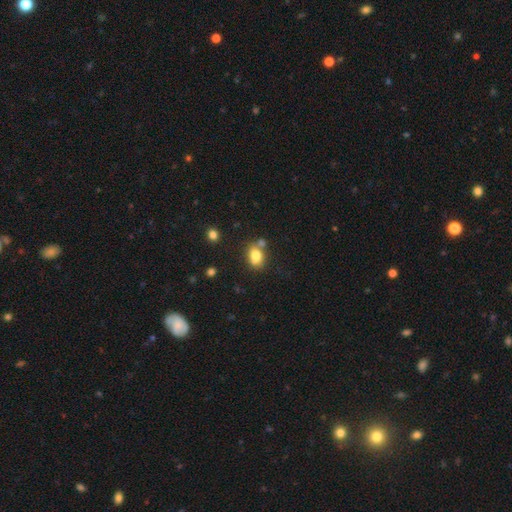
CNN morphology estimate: A smooth galaxy with no disk features (78%) that is in between round and cigar-shaped (70%).

Vote fractions:
- Smooth or featured? smooth: 78% / featured or disk: 12% / star or artifact: 10%
- How rounded? in between: 70% / round: 28% / cigar-shaped: 2%
- Merging? none: 60% / merger: 21% / minor disturbance: 15% / major disturbance: 4%